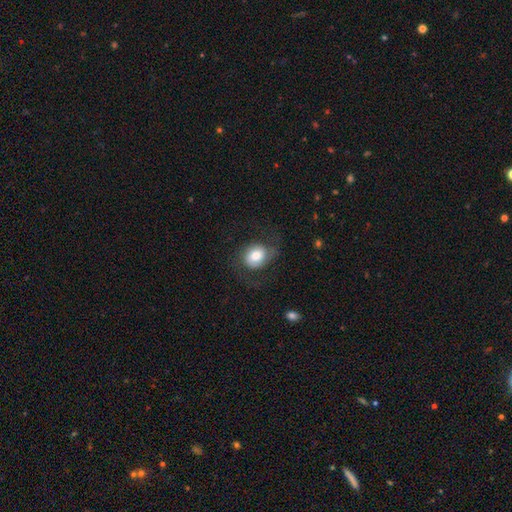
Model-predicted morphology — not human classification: smooth-or-featured: smooth: 68% | featured or disk: 24% | star or artifact: 8%
  how-rounded: round: 55% | in between: 45% | cigar-shaped: 1%
  merging: none: 58% | minor disturbance: 21% | major disturbance: 20% | merger: 1%